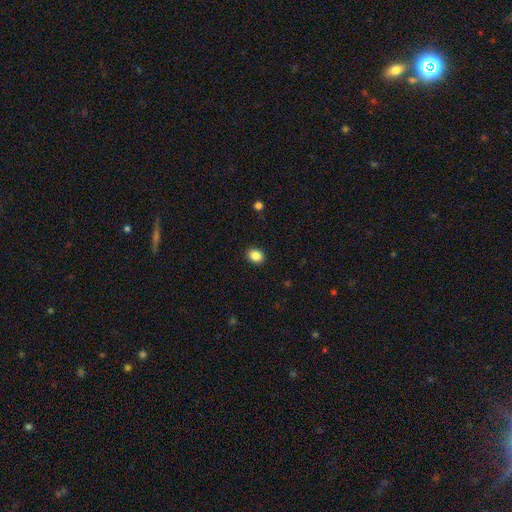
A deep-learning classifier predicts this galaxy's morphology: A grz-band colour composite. It shows a smooth galaxy with no disk features (87%) that is in between round and cigar-shaped (57%). Merging: none (91%).